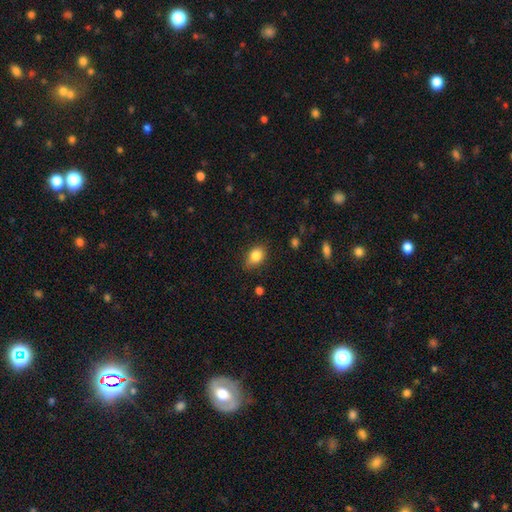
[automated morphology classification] Smooth or featured: smooth — 84% (star or artifact — 9%)
How rounded: in between — 70% (round — 29%)
Merging: none — 79% (minor disturbance — 17%)